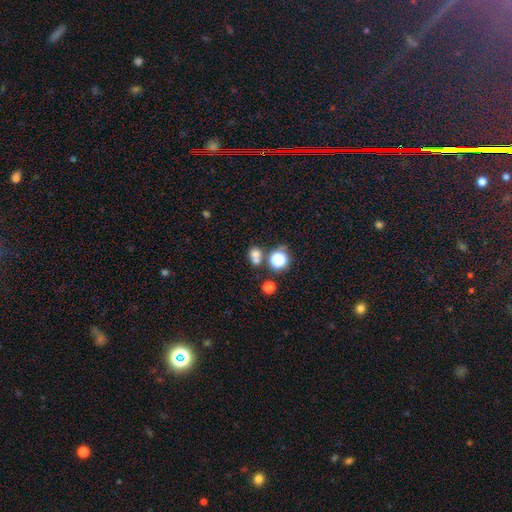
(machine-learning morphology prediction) smooth-or-featured: smooth: 69% | star or artifact: 21% | featured or disk: 11%
  how-rounded: round: 72% | in between: 26% | cigar-shaped: 1%
  merging: none: 45% | merger: 41% | minor disturbance: 9% | major disturbance: 5%